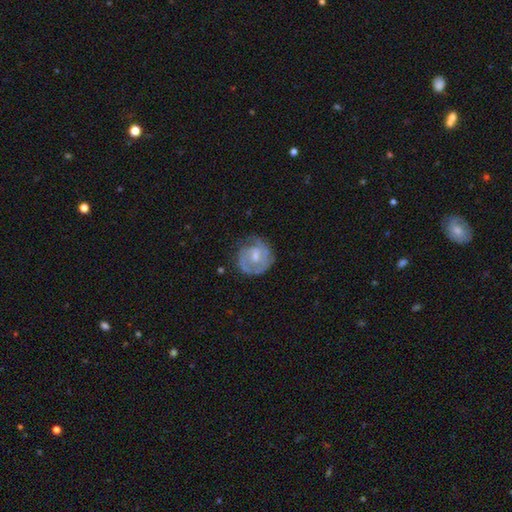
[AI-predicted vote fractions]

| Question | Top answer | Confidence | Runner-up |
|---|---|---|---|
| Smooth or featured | featured or disk | 70% | smooth (25%) |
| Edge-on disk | no | 98% | yes (2%) |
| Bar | weak | 49% | no (41%) |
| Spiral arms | yes | 85% | no (15%) |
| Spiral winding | tight | 50% | medium (37%) |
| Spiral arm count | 2 | 48% | can't tell (25%) |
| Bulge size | small | 46% | moderate (44%) |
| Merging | none | 64% | minor disturbance (23%) |